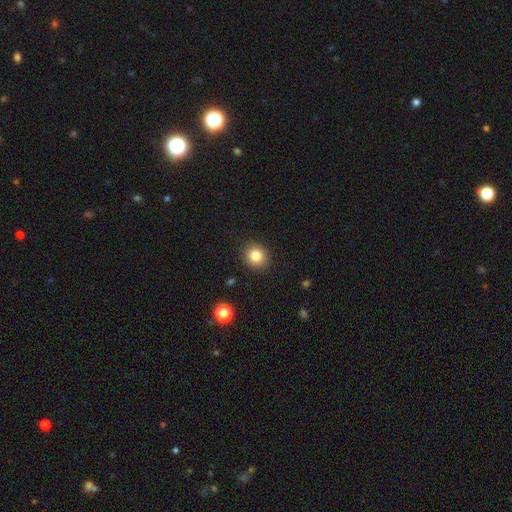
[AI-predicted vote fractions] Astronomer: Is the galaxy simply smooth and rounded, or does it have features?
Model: smooth — 82%.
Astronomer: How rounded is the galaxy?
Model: round — 84%.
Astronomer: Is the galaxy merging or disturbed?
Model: none — 90%.